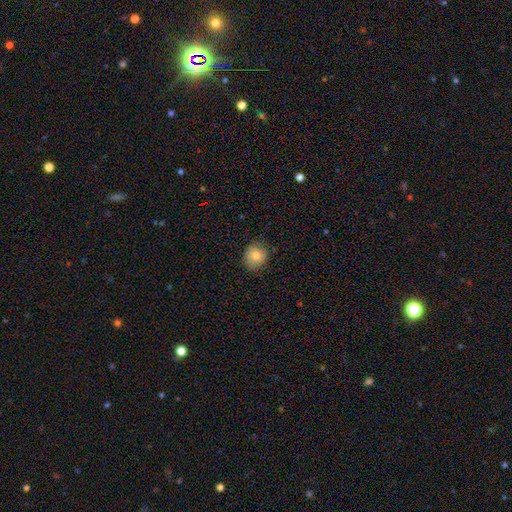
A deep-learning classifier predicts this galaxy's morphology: This is likely a smooth galaxy (79%). How rounded: likely round (80%). Merging: clearly none (80%).